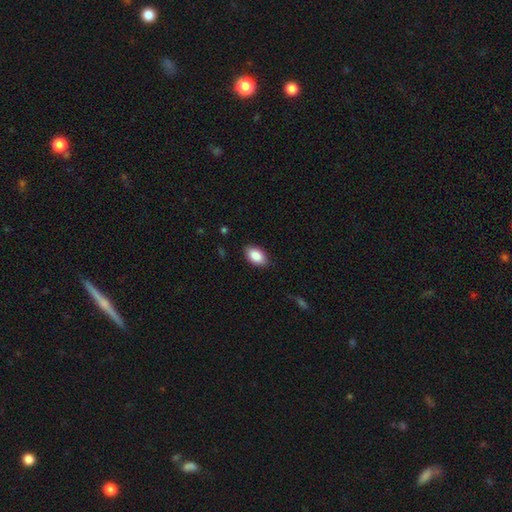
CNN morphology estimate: A smooth galaxy with no disk features (88%) that is in between round and cigar-shaped (93%).

Vote fractions:
- Smooth or featured? smooth: 88% / star or artifact: 7% / featured or disk: 6%
- How rounded? in between: 93% / round: 6% / cigar-shaped: 2%
- Merging? none: 85% / minor disturbance: 11% / major disturbance: 2% / merger: 1%